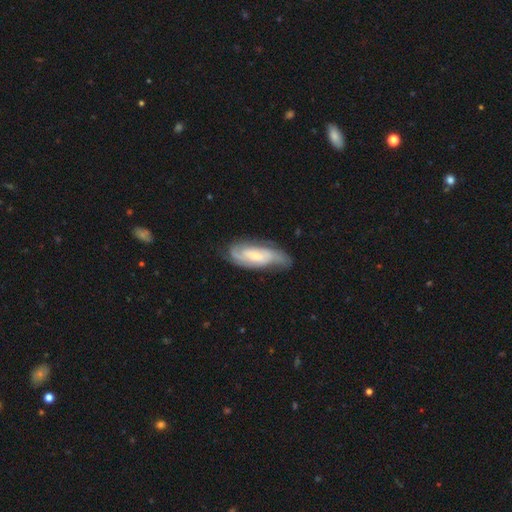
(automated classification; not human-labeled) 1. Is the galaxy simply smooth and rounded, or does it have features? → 73% featured or disk, 21% smooth, 6% star or artifact.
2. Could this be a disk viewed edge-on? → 91% no, 9% yes.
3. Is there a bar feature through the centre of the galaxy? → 54% no, 35% weak, 11% strong.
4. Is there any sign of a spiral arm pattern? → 93% yes, 7% no.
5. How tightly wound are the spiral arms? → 46% tight, 40% medium, 14% loose.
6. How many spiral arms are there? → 51% 2, 25% can't tell, 14% 3, 4% 1, 4% 4, 3% more than 4.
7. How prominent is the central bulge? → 56% small, 32% moderate, 6% none, 5% large, 1% dominant.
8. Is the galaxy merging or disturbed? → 64% none, 25% minor disturbance, 10% major disturbance, 2% merger.